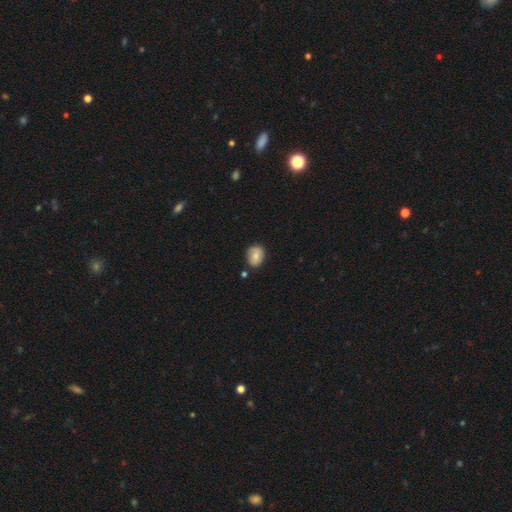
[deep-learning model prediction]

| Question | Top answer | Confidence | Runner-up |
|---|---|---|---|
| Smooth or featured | smooth | 74% | featured or disk (18%) |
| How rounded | in between | 63% | round (36%) |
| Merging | none | 75% | minor disturbance (18%) |